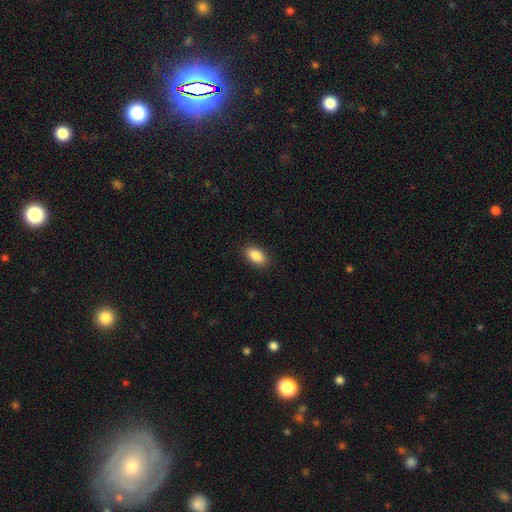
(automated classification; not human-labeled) smooth 88%, star or artifact 7%, featured or disk 5%. Down the decision tree: how rounded — in between (92%); merging — none (89%).